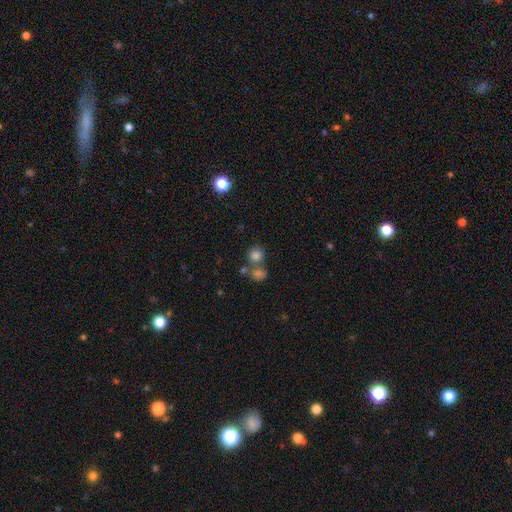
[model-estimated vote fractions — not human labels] A smooth galaxy with no disk features (79%) that is round (85%). Merging: none (53%).